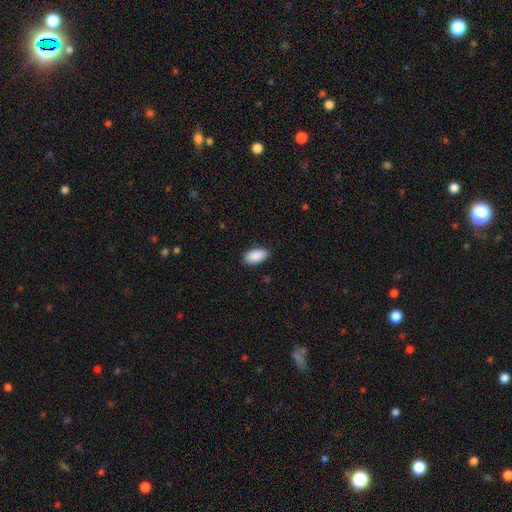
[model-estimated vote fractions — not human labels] Overall: smooth (91%). How rounded: in between (95%). Merging: none (87%).